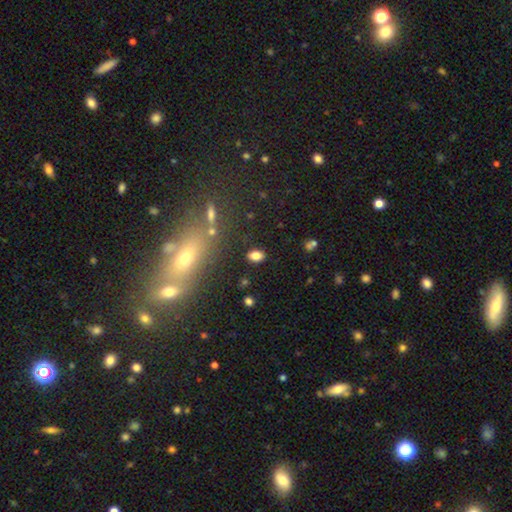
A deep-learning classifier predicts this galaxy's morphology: Q: Smooth or featured?
A: smooth (81%); runner-up: star or artifact (12%)
Q: How rounded?
A: in between (82%); runner-up: round (16%)
Q: Merging?
A: none (85%); runner-up: minor disturbance (10%)